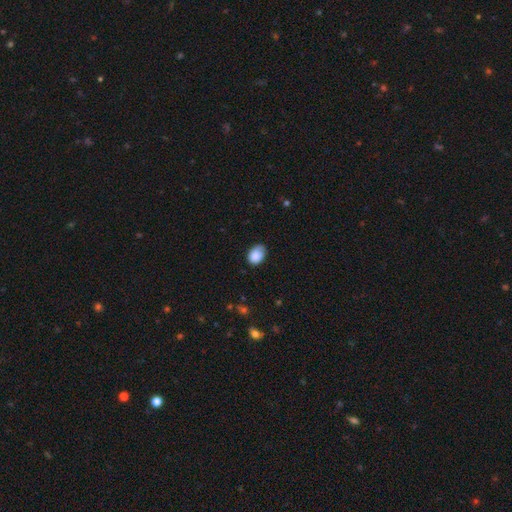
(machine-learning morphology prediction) A smooth galaxy with no disk features (85%) that is in between round and cigar-shaped (77%). Merging: none (63%).